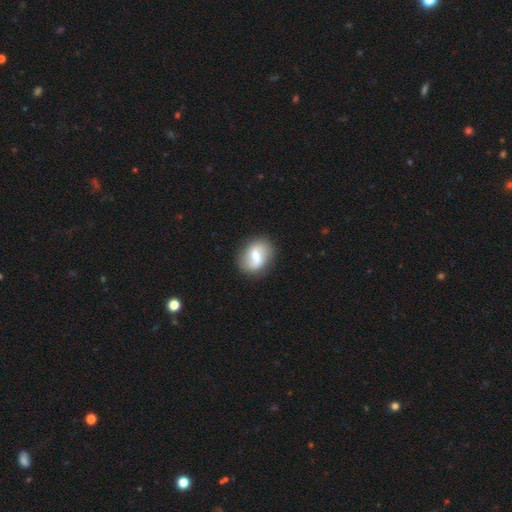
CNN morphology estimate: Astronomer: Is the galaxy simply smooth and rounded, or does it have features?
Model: featured or disk — 61%.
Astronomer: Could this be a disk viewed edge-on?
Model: no — 96%.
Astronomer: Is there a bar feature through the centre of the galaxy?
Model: weak — 49% (runner-up: strong, 26%).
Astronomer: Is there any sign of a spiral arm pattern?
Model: yes — 81%.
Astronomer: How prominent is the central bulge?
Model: moderate — 55% (runner-up: small, 36%).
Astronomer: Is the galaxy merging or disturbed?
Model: none — 84%.